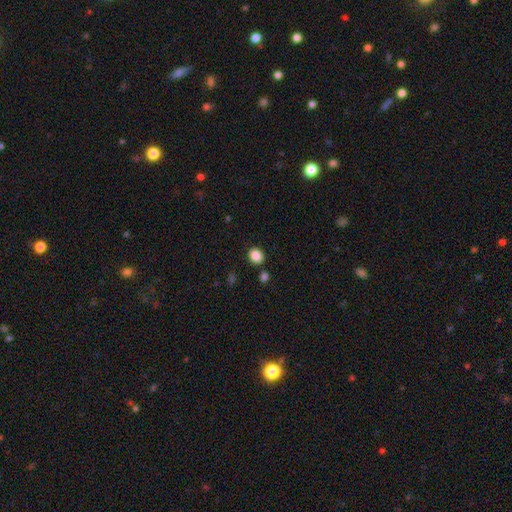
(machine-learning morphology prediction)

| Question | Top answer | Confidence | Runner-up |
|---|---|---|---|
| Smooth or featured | smooth | 87% | star or artifact (10%) |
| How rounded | round | 58% | in between (41%) |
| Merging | none | 83% | minor disturbance (9%) |